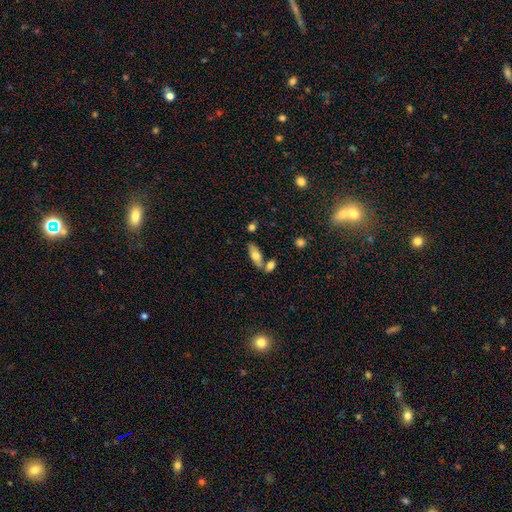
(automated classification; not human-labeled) Smooth or featured?
  - smooth: 68% *
  - featured or disk: 26%
  - star or artifact: 7%
How rounded?
  - in between: 75% *
  - cigar-shaped: 22%
  - round: 3%
Merging?
  - none: 62% *
  - merger: 23%
  - minor disturbance: 12%
  - major disturbance: 3%